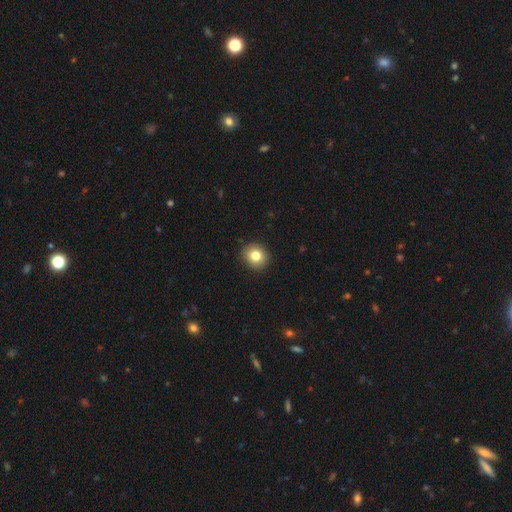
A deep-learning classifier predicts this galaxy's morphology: This appears to be a smooth galaxy with no disk features (80%) that is round (86%). Merging: none (91%).